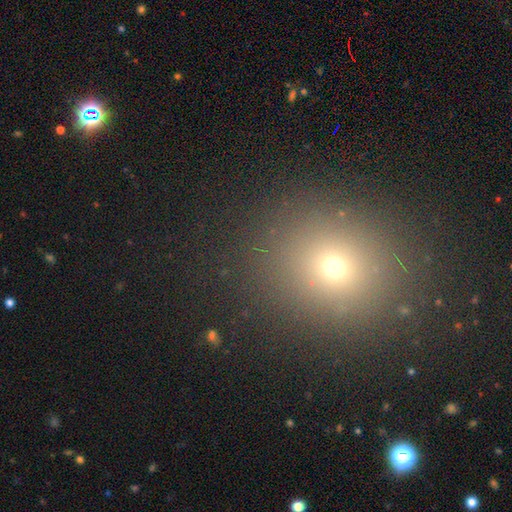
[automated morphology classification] Smooth or featured? smooth (62%)
How rounded? round (78%)
Merging? none (89%)